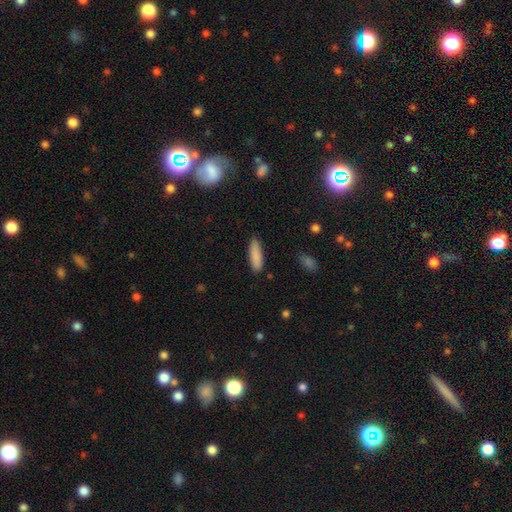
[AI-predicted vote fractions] A smooth galaxy with no disk features (88%) that is cigar-shaped (57%). Merging: none (87%).